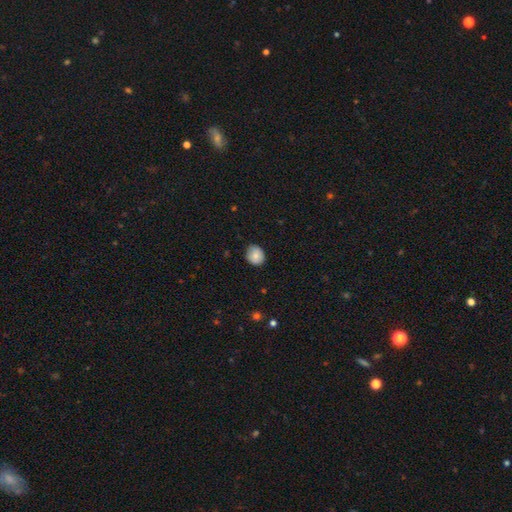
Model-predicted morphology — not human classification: This appears to be a smooth galaxy with no disk features (82%) that is round (73%). Merging: none (82%).